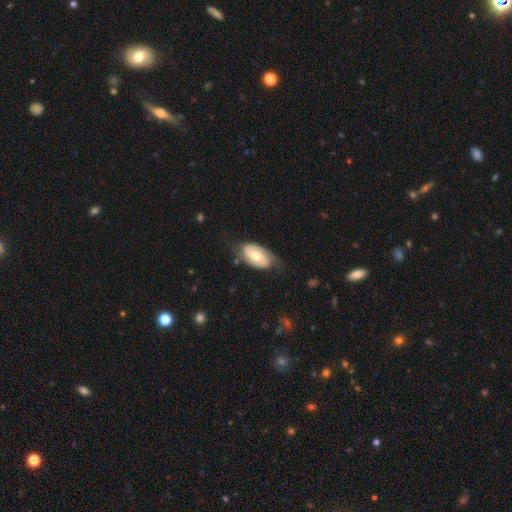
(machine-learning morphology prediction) featured or disk 70%, smooth 25%, star or artifact 5%. Down the decision tree: edge-on disk — no (96%); bar — no (50%); spiral arms — yes (89%); spiral arm count — 2 (86%); spiral winding — medium (42%); bulge size — moderate (70%); merging — none (66%).